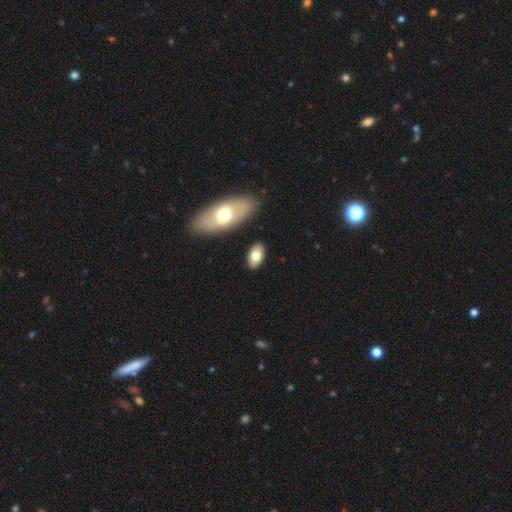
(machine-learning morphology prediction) smooth 74%, featured or disk 20%, star or artifact 6%. Down the decision tree: how rounded — in between (92%); merging — none (84%).